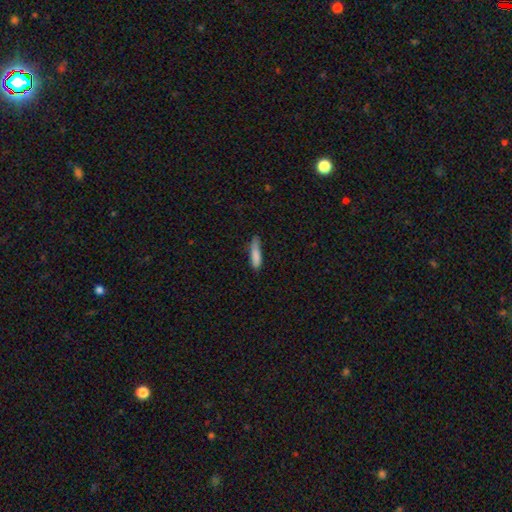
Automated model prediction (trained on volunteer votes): Smooth or featured?
  - smooth: 83% *
  - featured or disk: 10%
  - star or artifact: 7%
How rounded?
  - cigar-shaped: 75% *
  - in between: 24%
  - round: 2%
Merging?
  - none: 56% *
  - minor disturbance: 34%
  - major disturbance: 8%
  - merger: 3%